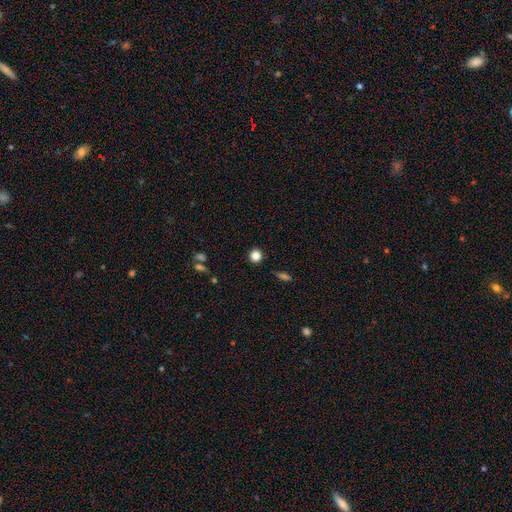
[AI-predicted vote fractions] smooth_or_featured: smooth (p=0.84) [alt: star or artifact p=0.11]
how_rounded: round (p=0.91) [alt: in between p=0.08]
merging: none (p=0.89) [alt: minor disturbance p=0.07]